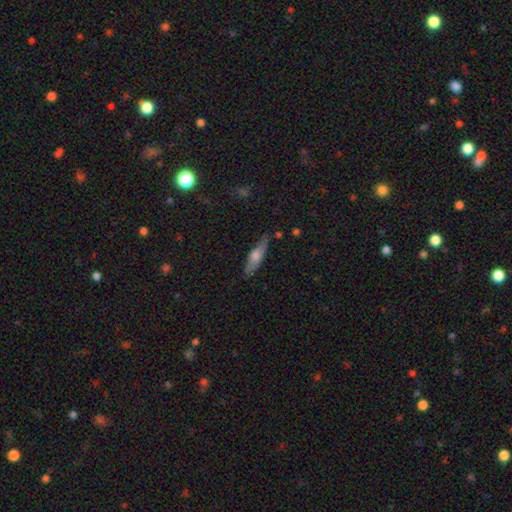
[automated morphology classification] Smooth or featured: smooth — 52% (featured or disk — 42%)
How rounded: cigar-shaped — 67% (in between — 30%)
Merging: none — 80% (minor disturbance — 15%)